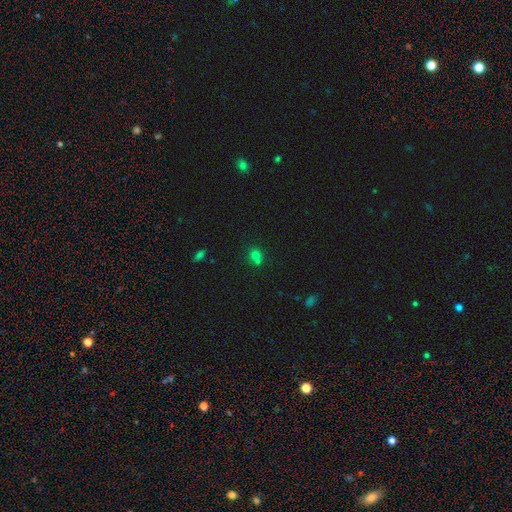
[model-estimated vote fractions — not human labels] Smooth or featured? smooth (67%)
How rounded? round (75%)
Merging? none (49%)